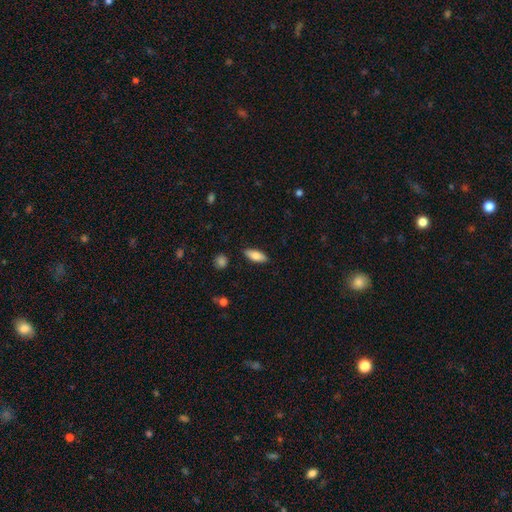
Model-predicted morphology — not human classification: Overall: smooth (79%). How rounded: in between (79%). Merging: none (88%).